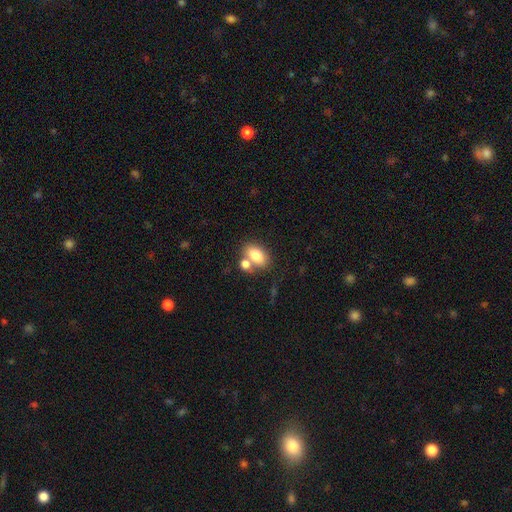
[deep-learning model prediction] smooth 78%, featured or disk 13%, star or artifact 9%. Down the decision tree: how rounded — in between (82%); merging — none (49%).